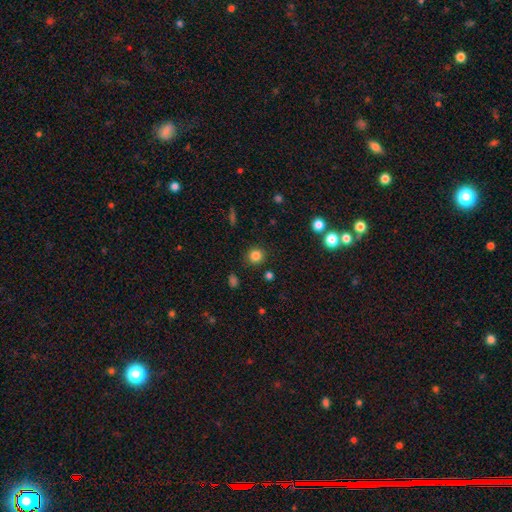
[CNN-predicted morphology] smooth 82%, star or artifact 13%, featured or disk 5%. Down the decision tree: how rounded — round (90%); merging — none (88%).